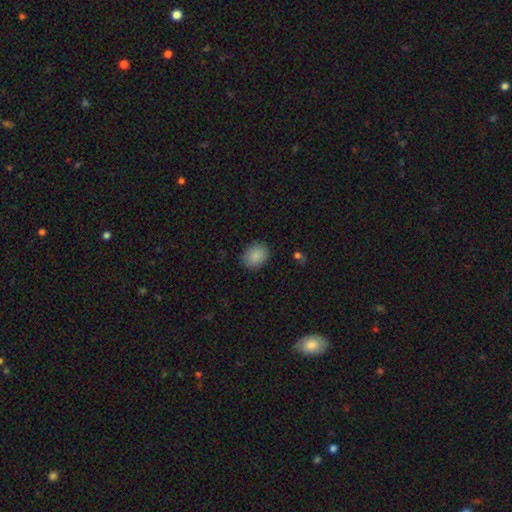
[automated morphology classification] smooth 88%, star or artifact 8%, featured or disk 4%. Down the decision tree: how rounded — in between (53%); merging — none (86%).